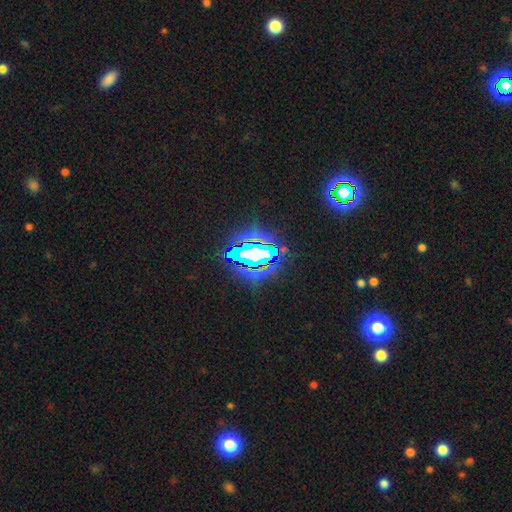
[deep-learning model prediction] The model was most divided on "smooth or featured": star or artifact: 75%, featured or disk: 13%, smooth: 12%.